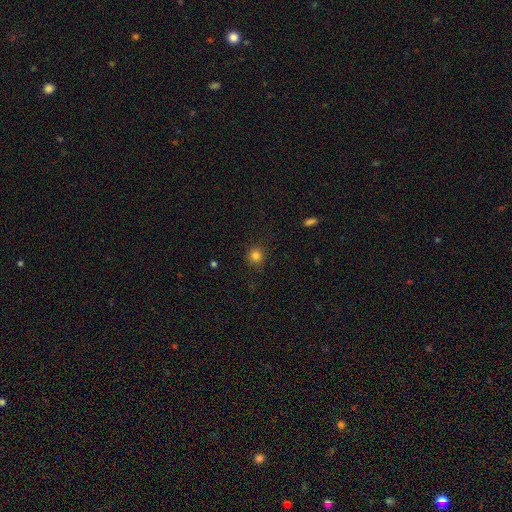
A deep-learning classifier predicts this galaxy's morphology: smooth_or_featured: smooth (p=0.81) [alt: star or artifact p=0.14]
how_rounded: round (p=0.92) [alt: in between p=0.07]
merging: none (p=0.86) [alt: minor disturbance p=0.10]